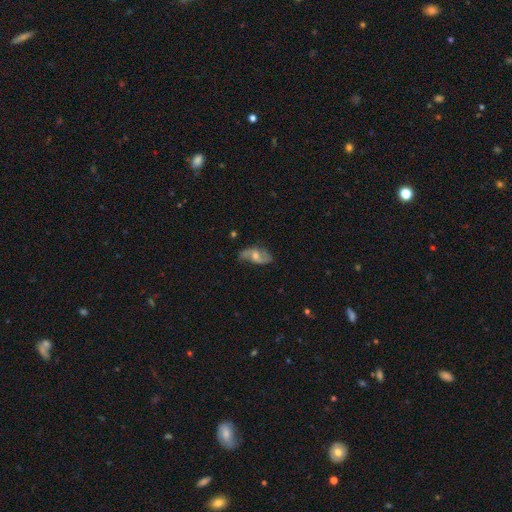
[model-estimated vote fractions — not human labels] featured or disk 73%, smooth 19%, star or artifact 8%. Down the decision tree: edge-on disk — no (93%); bar — no (52%); spiral arms — yes (89%); spiral arm count — 2 (87%); spiral winding — loose (56%); bulge size — moderate (61%); merging — none (68%).